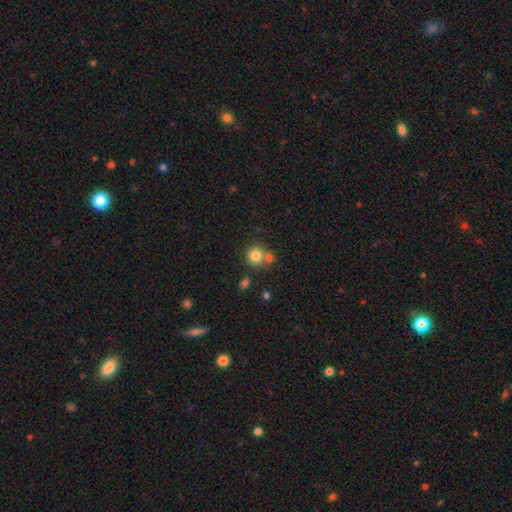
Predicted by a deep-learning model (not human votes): smooth 81%, star or artifact 11%, featured or disk 8%. Down the decision tree: how rounded — round (90%); merging — none (59%).